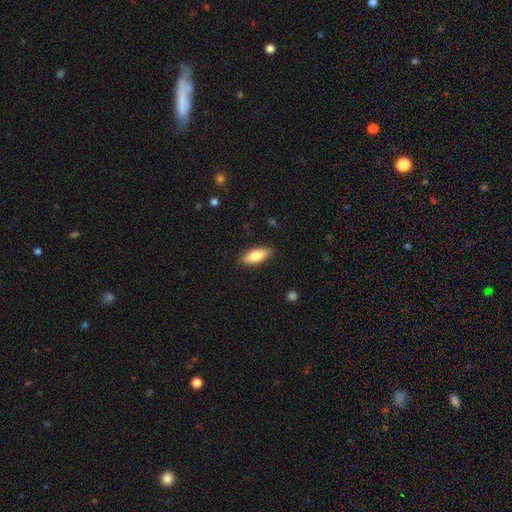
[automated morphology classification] Smooth or featured: smooth — 79% (featured or disk — 15%)
How rounded: in between — 76% (cigar-shaped — 22%)
Merging: none — 88% (minor disturbance — 9%)